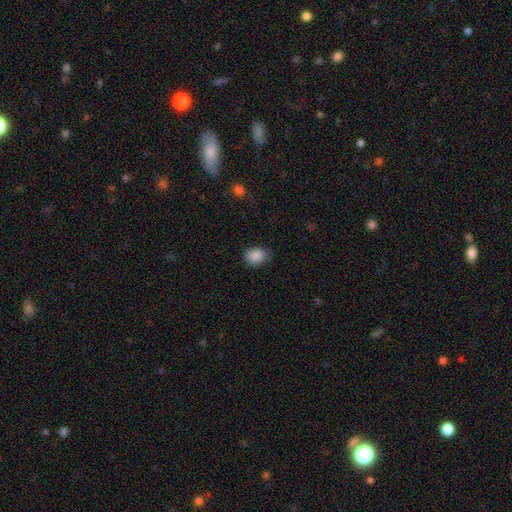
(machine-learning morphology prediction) smooth_or_featured: smooth (p=0.88) [alt: star or artifact p=0.08]
how_rounded: round (p=0.53) [alt: in between p=0.47]
merging: none (p=0.74) [alt: minor disturbance p=0.20]